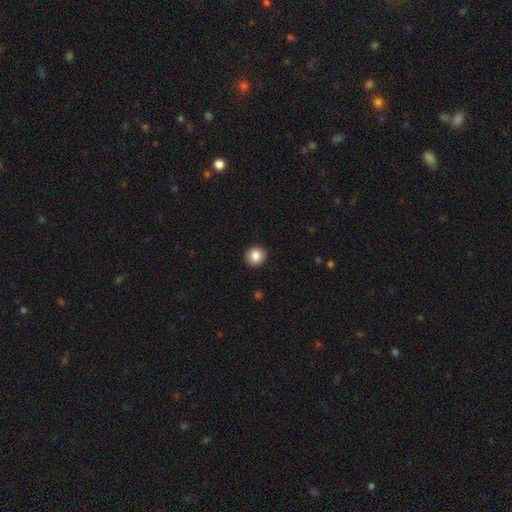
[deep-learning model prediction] Smooth or featured?
  - smooth: 87% *
  - star or artifact: 8%
  - featured or disk: 5%
How rounded?
  - round: 88% *
  - in between: 11%
  - cigar-shaped: 1%
Merging?
  - none: 92% *
  - minor disturbance: 5%
  - major disturbance: 2%
  - merger: 1%